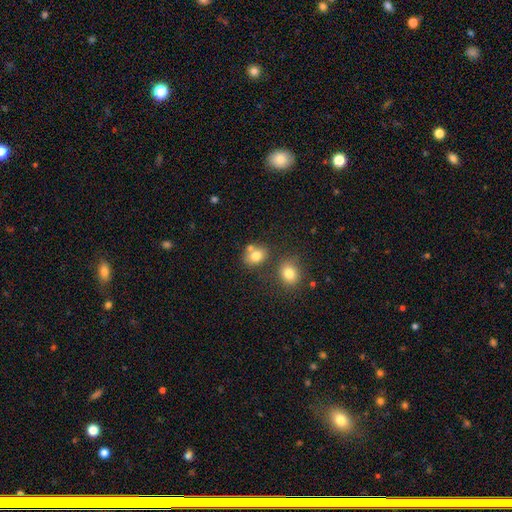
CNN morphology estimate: This appears to be a smooth galaxy with no disk features (77%) that is round (54%). Merging: none (56%).